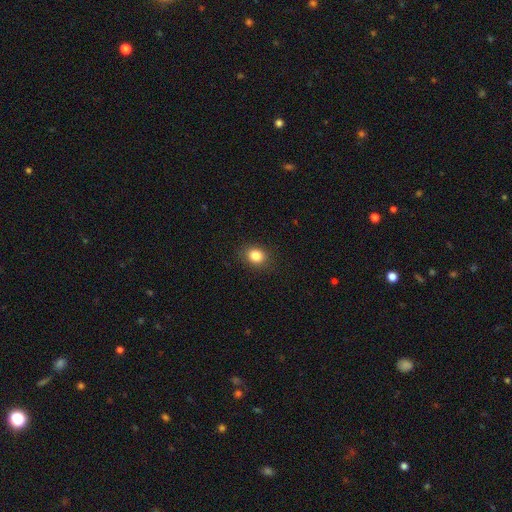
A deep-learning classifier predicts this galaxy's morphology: Smooth or featured?
  - smooth: 84% *
  - star or artifact: 11%
  - featured or disk: 5%
How rounded?
  - round: 56% *
  - in between: 43%
  - cigar-shaped: 1%
Merging?
  - none: 88% *
  - minor disturbance: 9%
  - major disturbance: 3%
  - merger: 1%